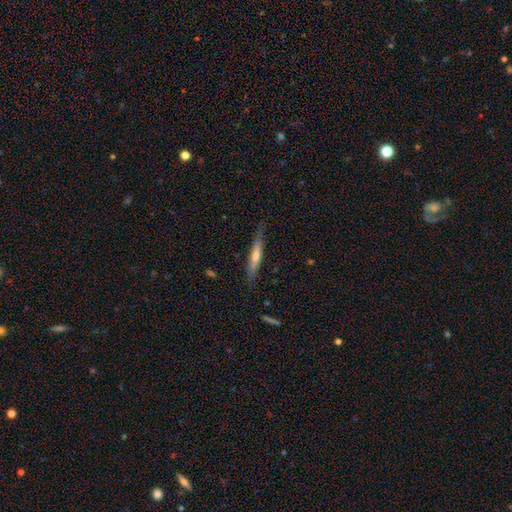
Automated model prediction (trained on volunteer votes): Morphology: type=smooth (48%); merging=none (77%).